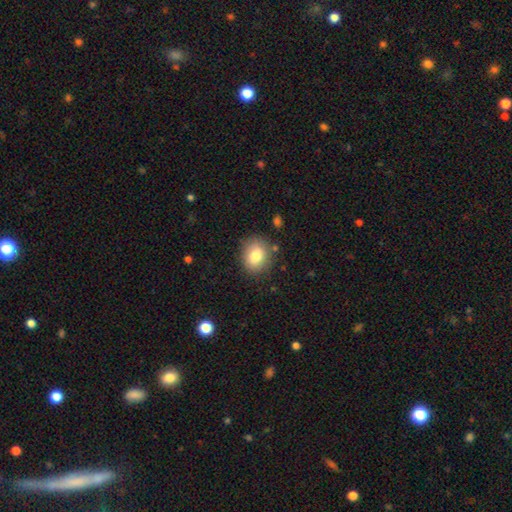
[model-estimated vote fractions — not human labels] Smooth or featured? smooth (81%)
How rounded? round (51%)
Merging? none (83%)